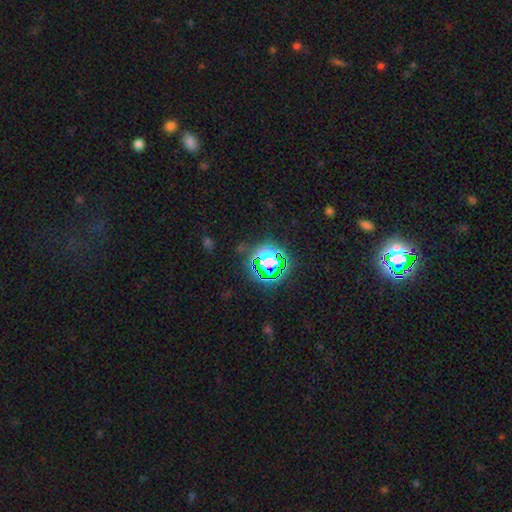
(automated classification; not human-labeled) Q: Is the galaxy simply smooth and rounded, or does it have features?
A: star or artifact — 76%.